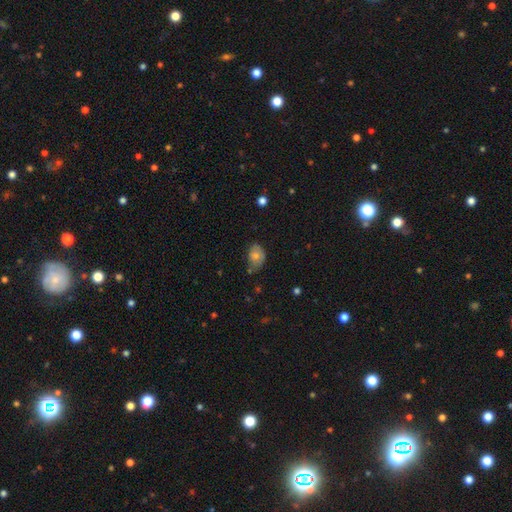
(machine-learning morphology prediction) type=smooth (65%); roundness=in between (75%); merging=none (50%).